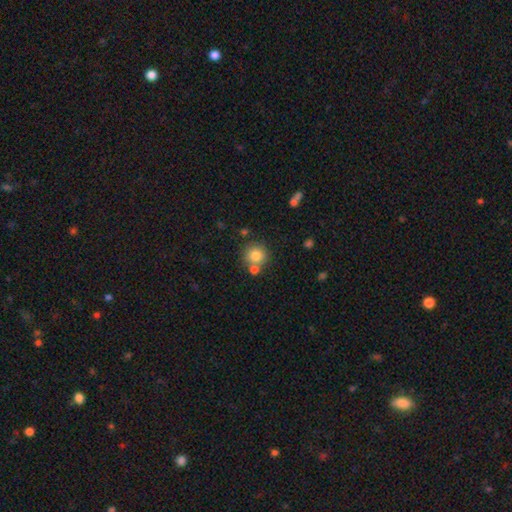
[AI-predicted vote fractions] Morphology: type=smooth (80%); roundness=round (93%); merging=none (69%).